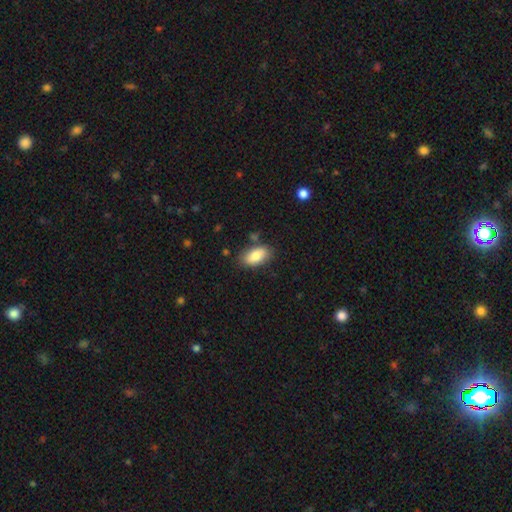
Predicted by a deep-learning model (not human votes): smooth_or_featured: smooth (p=0.84) [alt: featured or disk p=0.09]
how_rounded: in between (p=0.93) [alt: round p=0.04]
merging: none (p=0.79) [alt: minor disturbance p=0.14]